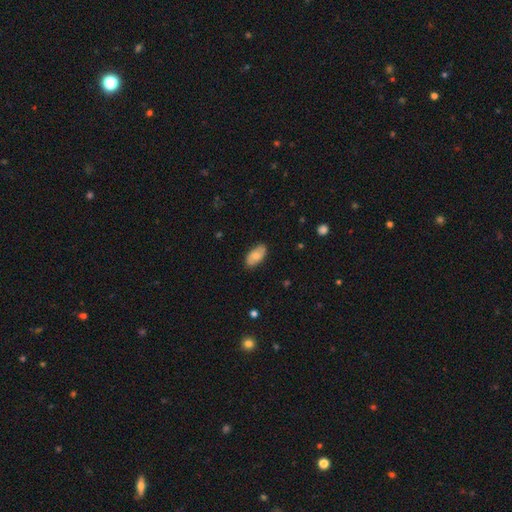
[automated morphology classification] This appears to be a smooth galaxy with no disk features (71%) that is in between round and cigar-shaped (93%). Merging: none (84%).